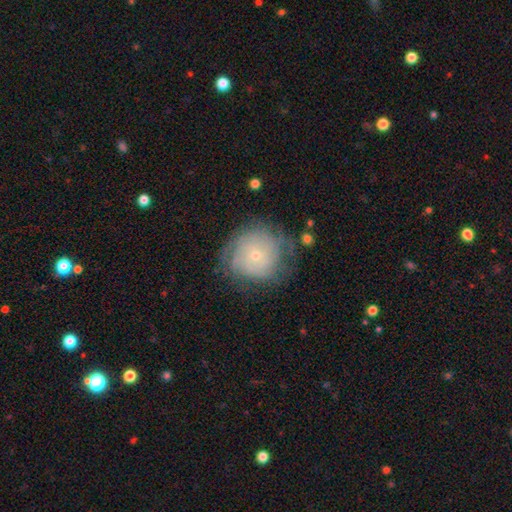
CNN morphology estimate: smooth-or-featured: featured or disk: 62% | smooth: 29% | star or artifact: 9%
  disk-edge-on: no: 97% | yes: 3%
    bar: no: 85% | weak: 12% | strong: 2%
    has-spiral-arms: yes: 80% | no: 20%
    bulge-size: small: 79% | moderate: 18% | none: 1% | large: 1% | dominant: 1%
  merging: none: 69% | minor disturbance: 20% | major disturbance: 10% | merger: 2%